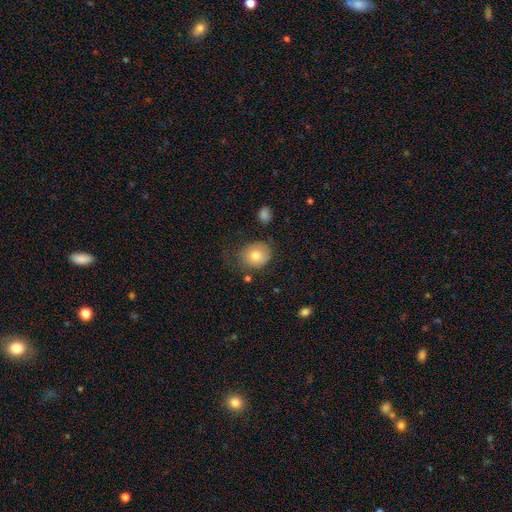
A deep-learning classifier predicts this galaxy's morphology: Smooth or featured? Predicted: smooth (p=0.77). How rounded? Predicted: round (p=0.63). Merging? Predicted: none (p=0.60).